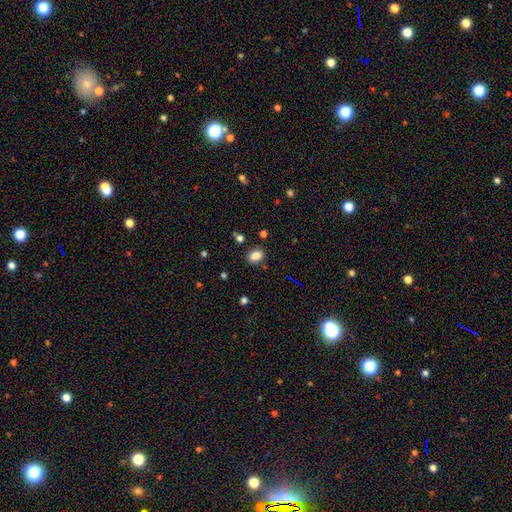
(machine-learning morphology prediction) Smooth or featured?
  - smooth: 85% *
  - star or artifact: 11%
  - featured or disk: 4%
How rounded?
  - in between: 76% *
  - round: 23%
  - cigar-shaped: 1%
Merging?
  - none: 83% *
  - minor disturbance: 11%
  - merger: 3%
  - major disturbance: 3%